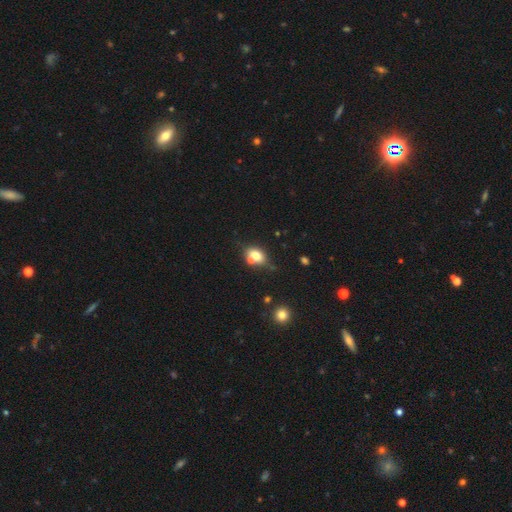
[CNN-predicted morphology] A smooth galaxy with no disk features (71%) that is in between round and cigar-shaped (69%). Merging: none (50%).